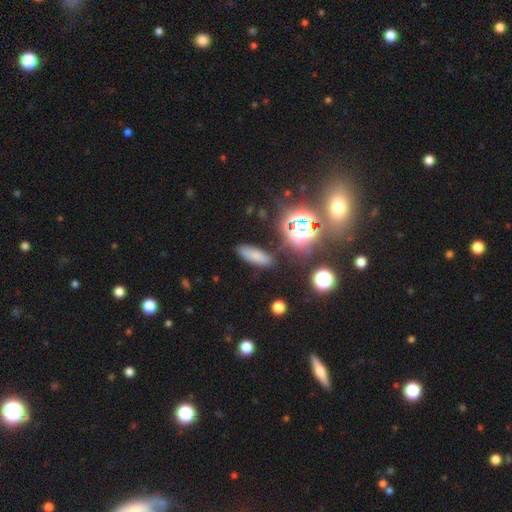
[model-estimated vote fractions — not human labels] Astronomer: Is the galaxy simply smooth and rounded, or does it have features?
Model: smooth — 66%.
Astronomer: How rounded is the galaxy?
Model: in between — 60%.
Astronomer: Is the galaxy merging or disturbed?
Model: none — 79%.